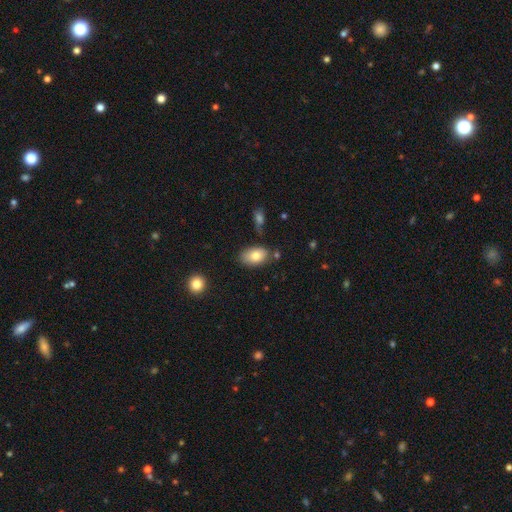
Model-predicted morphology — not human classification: Smooth or featured? Predicted: smooth (p=0.79). How rounded? Predicted: in between (p=0.90). Merging? Predicted: none (p=0.72).